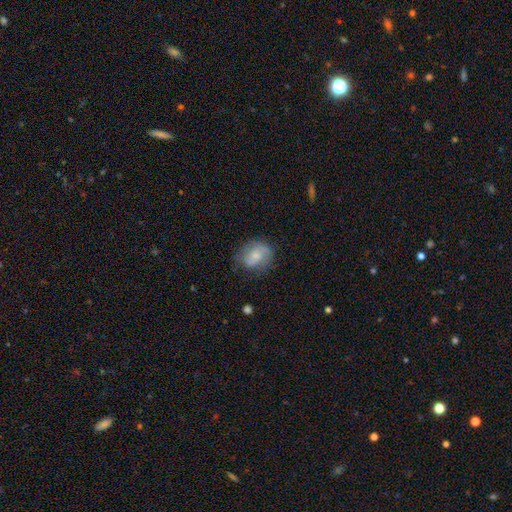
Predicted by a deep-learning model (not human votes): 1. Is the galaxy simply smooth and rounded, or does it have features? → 48% smooth, 44% featured or disk, 8% star or artifact.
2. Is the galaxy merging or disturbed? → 64% none, 25% minor disturbance, 10% major disturbance, 2% merger.